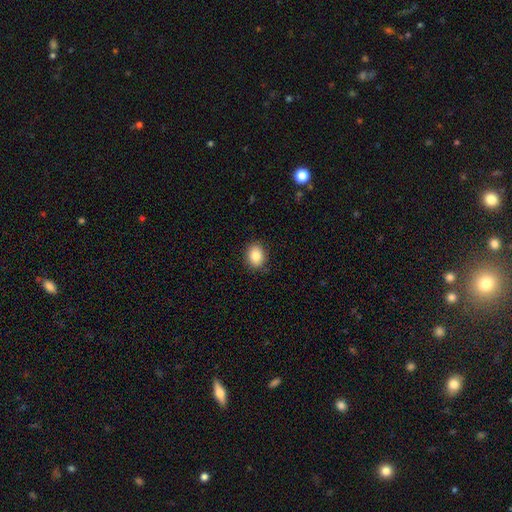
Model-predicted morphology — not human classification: This is clearly a smooth galaxy (86%). How rounded: possibly in between (56%). Merging: clearly none (88%).